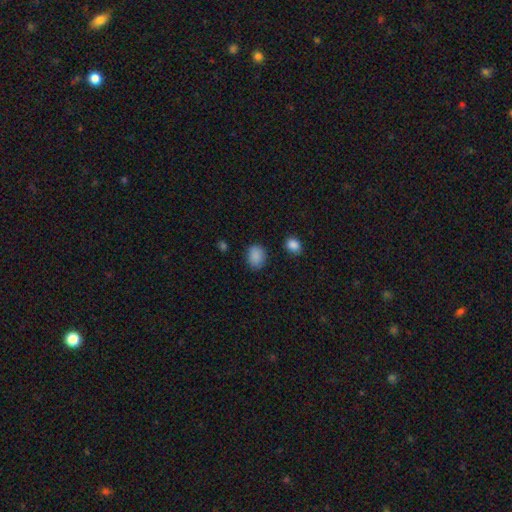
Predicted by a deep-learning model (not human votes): smooth-or-featured: smooth: 87% | star or artifact: 10% | featured or disk: 3%
  how-rounded: in between: 56% | round: 43% | cigar-shaped: 1%
  merging: none: 82% | minor disturbance: 13% | major disturbance: 3% | merger: 2%